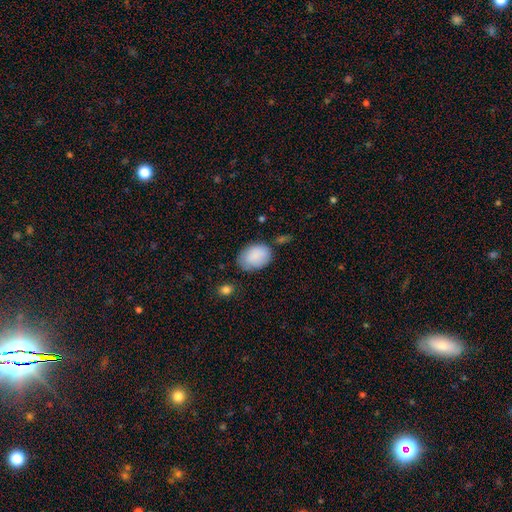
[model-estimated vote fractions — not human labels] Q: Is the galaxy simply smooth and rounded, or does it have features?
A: smooth — 87%.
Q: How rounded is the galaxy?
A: in between — 79%.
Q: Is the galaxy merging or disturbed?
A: none — 66%.